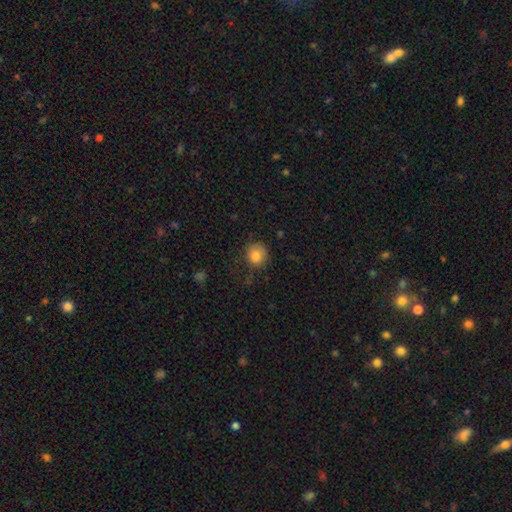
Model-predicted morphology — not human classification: A smooth galaxy with no disk features (82%) that is round (86%). Merging: none (75%).